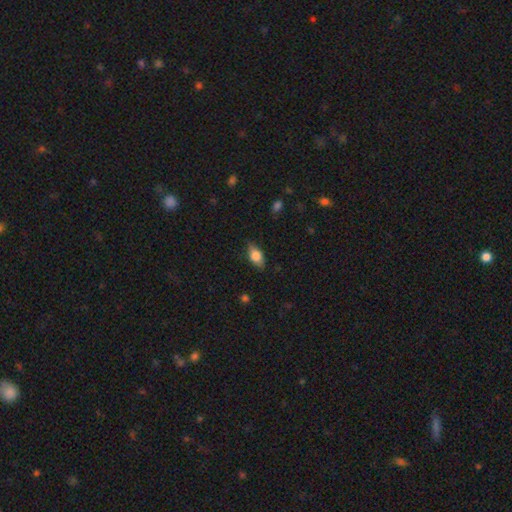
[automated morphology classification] This appears to be a smooth galaxy with no disk features (72%) that is in between round and cigar-shaped (85%). Merging: none (79%).